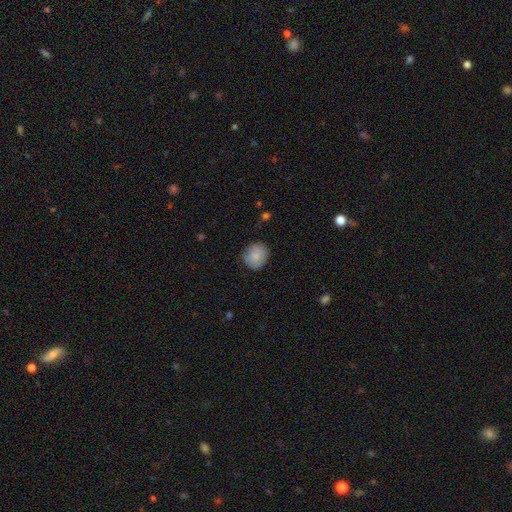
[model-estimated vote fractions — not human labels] smooth-or-featured: smooth: 82% | featured or disk: 11% | star or artifact: 7%
  how-rounded: round: 86% | in between: 13% | cigar-shaped: 1%
  merging: none: 80% | minor disturbance: 16% | major disturbance: 3% | merger: 1%